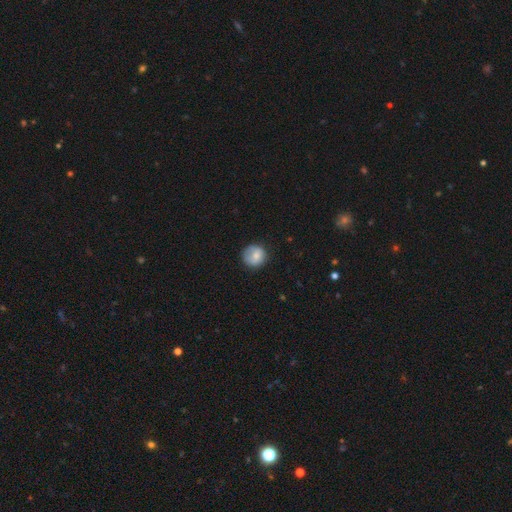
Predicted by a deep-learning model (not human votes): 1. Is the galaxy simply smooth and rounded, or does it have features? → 75% smooth, 17% featured or disk, 8% star or artifact.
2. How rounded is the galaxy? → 89% round, 10% in between, 1% cigar-shaped.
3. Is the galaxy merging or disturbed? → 72% none, 20% minor disturbance, 6% major disturbance, 2% merger.